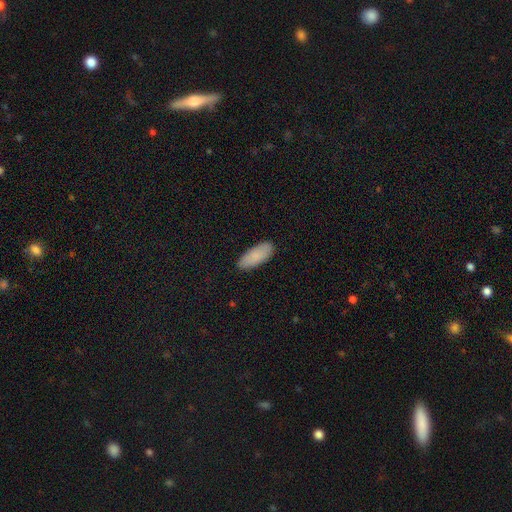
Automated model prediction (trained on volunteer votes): smooth_or_featured: smooth (p=0.87) [alt: featured or disk p=0.08]
how_rounded: in between (p=0.78) [alt: cigar-shaped p=0.20]
merging: none (p=0.87) [alt: minor disturbance p=0.10]